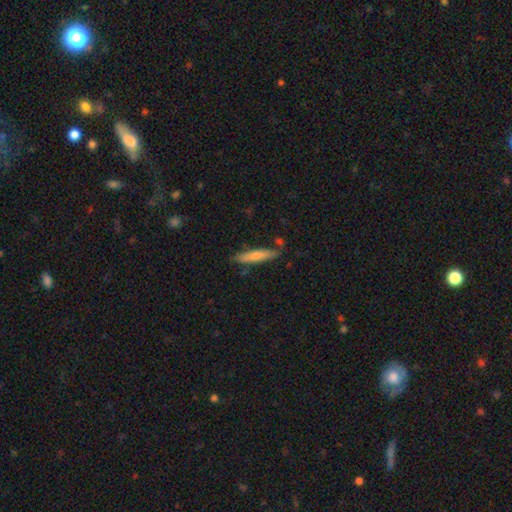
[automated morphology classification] A smooth galaxy with no disk features (71%) that is cigar-shaped (88%).

Vote fractions:
- Smooth or featured? smooth: 71% / featured or disk: 24% / star or artifact: 6%
- How rounded? cigar-shaped: 88% / in between: 11% / round: 1%
- Merging? none: 79% / minor disturbance: 14% / merger: 4% / major disturbance: 3%